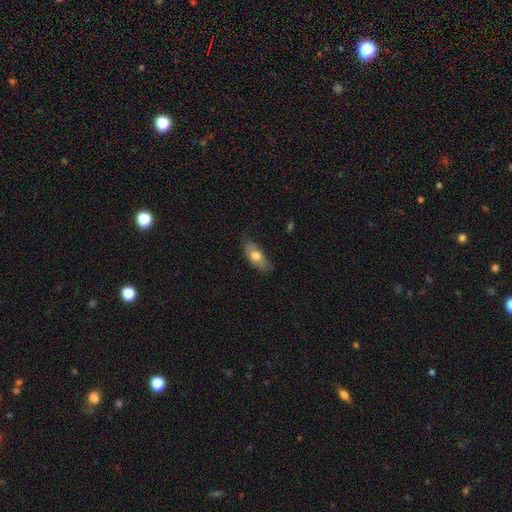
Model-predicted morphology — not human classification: Smooth or featured?
  - smooth: 70% *
  - featured or disk: 23%
  - star or artifact: 7%
How rounded?
  - in between: 84% *
  - cigar-shaped: 12%
  - round: 4%
Merging?
  - none: 76% *
  - minor disturbance: 19%
  - major disturbance: 4%
  - merger: 1%